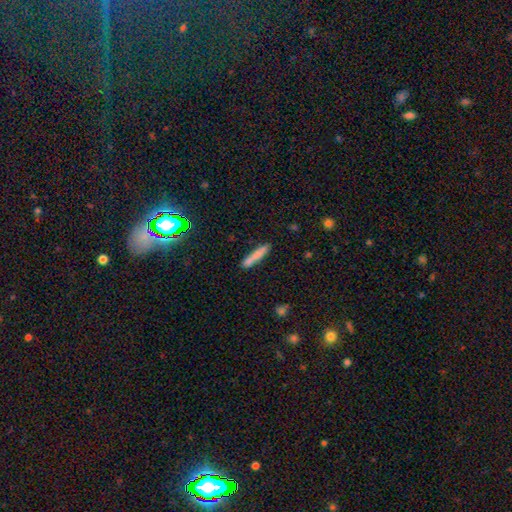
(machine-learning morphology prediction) The model was most divided on "smooth or featured": smooth: 73%, featured or disk: 18%, star or artifact: 9%. More confident: how rounded — cigar-shaped (91%); merging — none (76%).